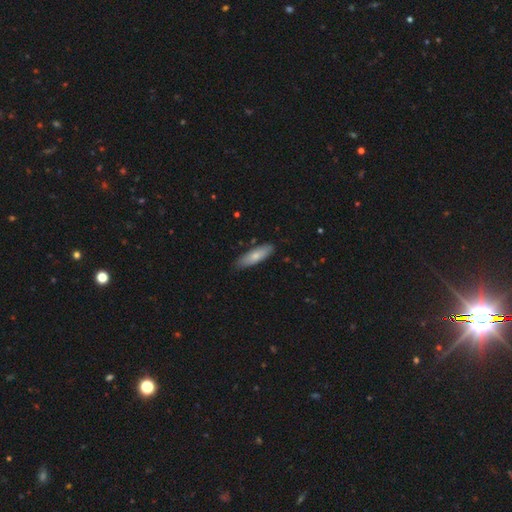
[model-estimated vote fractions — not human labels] smooth_or_featured: smooth (p=0.74) [alt: featured or disk p=0.20]
how_rounded: cigar-shaped (p=0.51) [alt: in between p=0.47]
merging: none (p=0.82) [alt: minor disturbance p=0.14]